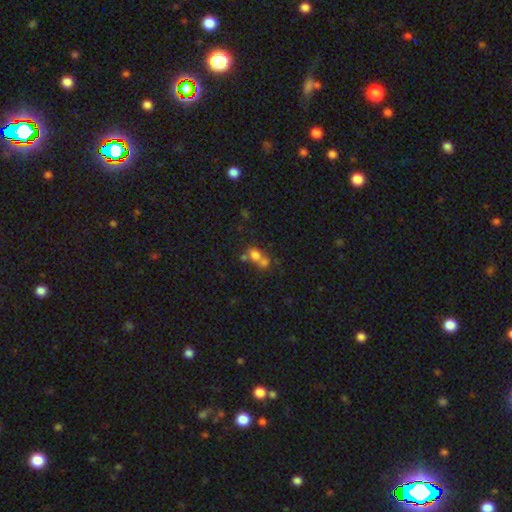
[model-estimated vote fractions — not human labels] A smooth galaxy with no disk features (67%) that is round (62%).

Vote fractions:
- Smooth or featured? smooth: 67% / featured or disk: 18% / star or artifact: 15%
- How rounded? round: 62% / in between: 36% / cigar-shaped: 2%
- Merging? merger: 55% / none: 31% / minor disturbance: 8% / major disturbance: 6%